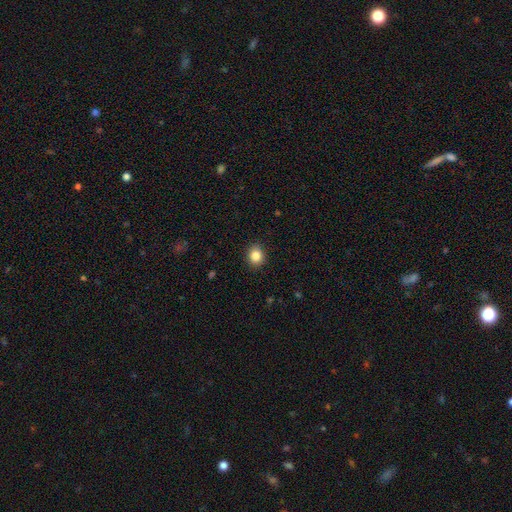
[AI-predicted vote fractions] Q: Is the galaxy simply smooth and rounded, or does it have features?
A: smooth — 85%.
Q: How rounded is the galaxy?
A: round — 70%.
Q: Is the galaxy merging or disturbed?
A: none — 90%.